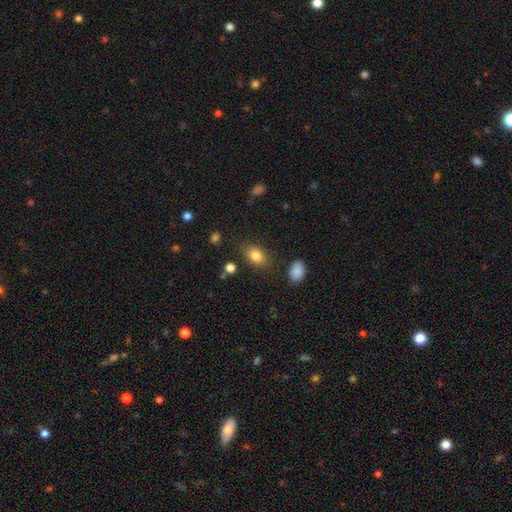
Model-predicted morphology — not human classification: Smooth or featured? smooth (82%)
How rounded? in between (81%)
Merging? none (80%)